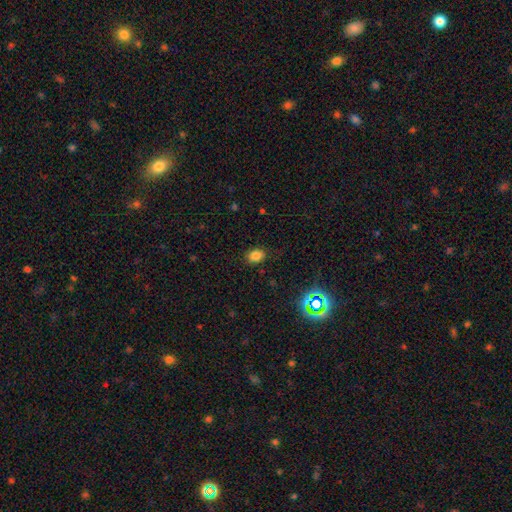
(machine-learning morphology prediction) smooth 81%, star or artifact 14%, featured or disk 6%. Down the decision tree: how rounded — in between (62%); merging — none (83%).